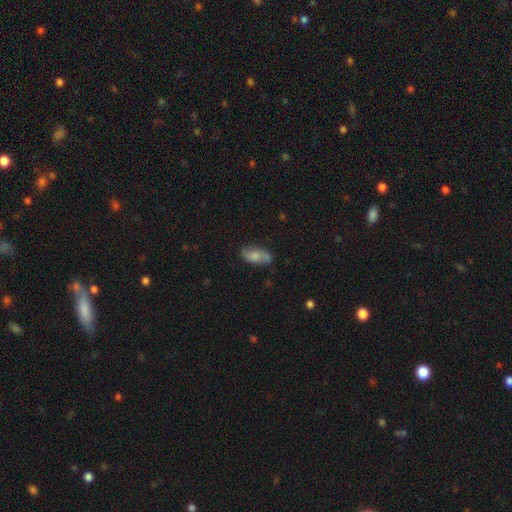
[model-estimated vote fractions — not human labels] This is possibly a smooth galaxy (60%). How rounded: clearly in between (84%). Merging: likely none (68%).